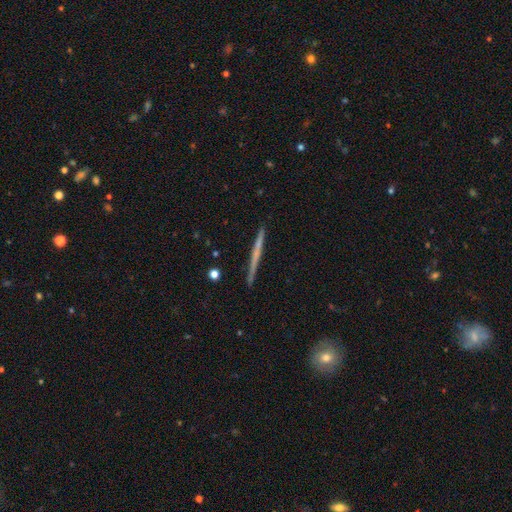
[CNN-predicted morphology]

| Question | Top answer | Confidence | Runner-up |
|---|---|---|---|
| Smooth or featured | featured or disk | 59% | smooth (36%) |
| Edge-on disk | yes | 98% | no (2%) |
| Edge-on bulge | none | 80% | rounded (15%) |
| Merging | none | 91% | minor disturbance (6%) |